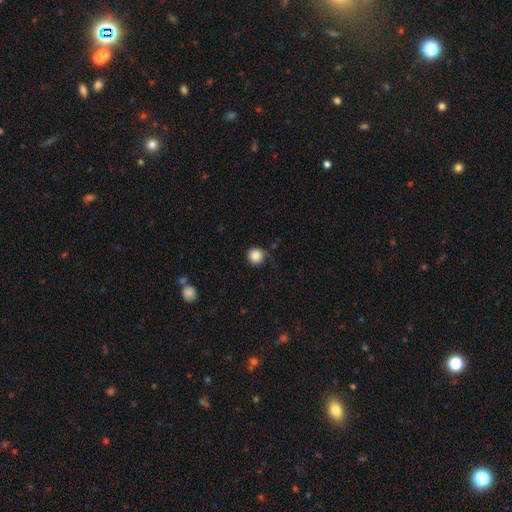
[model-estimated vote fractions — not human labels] smooth-or-featured: smooth: 85% | star or artifact: 11% | featured or disk: 4%
  how-rounded: round: 94% | in between: 5% | cigar-shaped: 1%
  merging: none: 84% | minor disturbance: 12% | major disturbance: 3% | merger: 2%